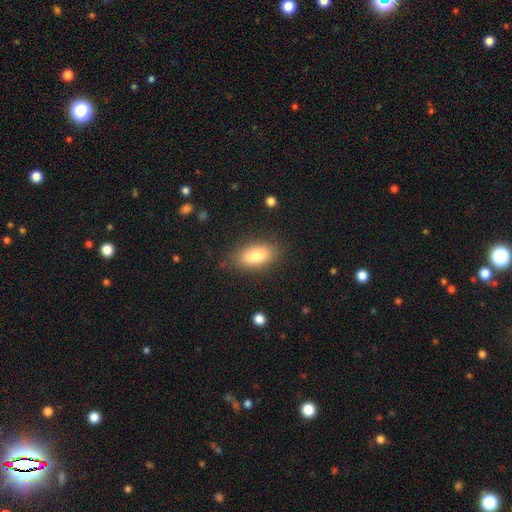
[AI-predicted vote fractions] Smooth or featured? Predicted: smooth (p=0.80). How rounded? Predicted: in between (p=0.88). Merging? Predicted: none (p=0.85).